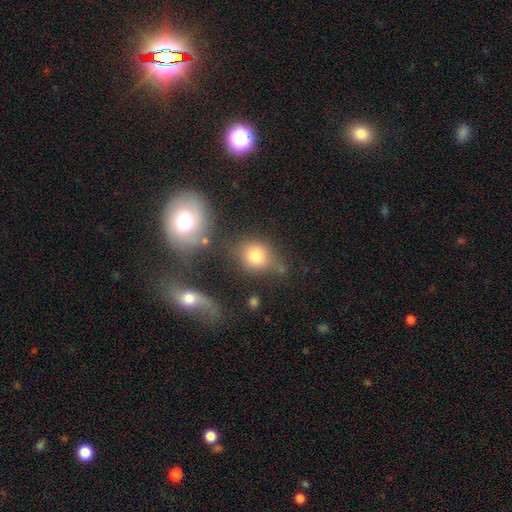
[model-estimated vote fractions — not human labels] Smooth or featured? smooth (74%)
How rounded? round (70%)
Merging? none (61%)